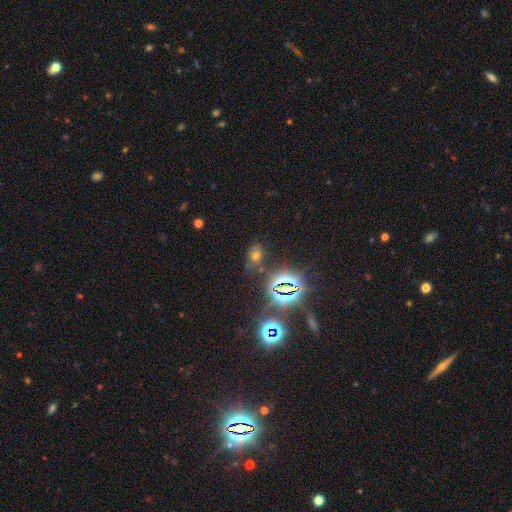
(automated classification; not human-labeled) Q: Smooth or featured?
A: star or artifact (47%); runner-up: smooth (41%)